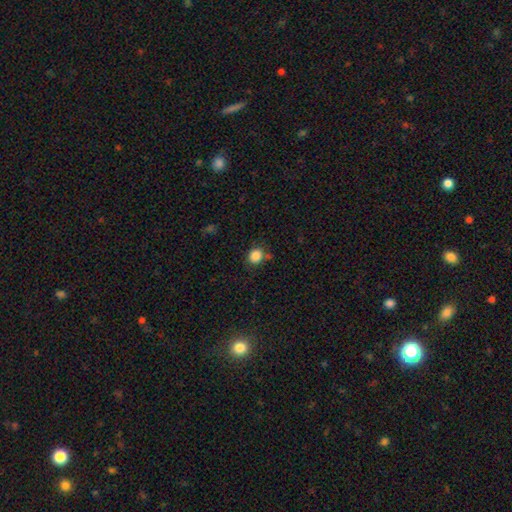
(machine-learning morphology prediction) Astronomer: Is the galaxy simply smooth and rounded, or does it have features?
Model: smooth — 85%.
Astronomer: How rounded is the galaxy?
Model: round — 77%.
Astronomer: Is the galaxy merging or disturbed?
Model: none — 74%.